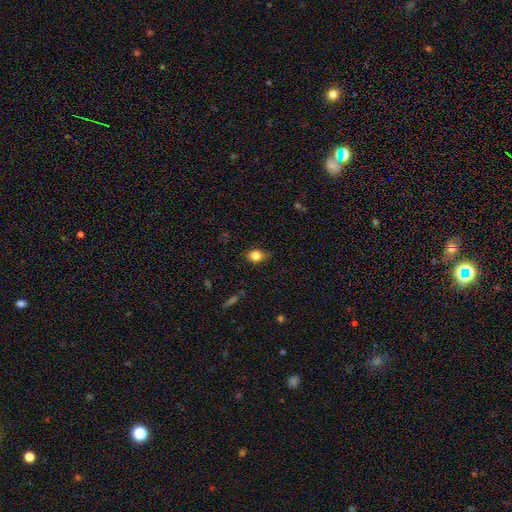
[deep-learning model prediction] Q: Smooth or featured?
A: smooth (80%); runner-up: star or artifact (10%)
Q: How rounded?
A: in between (54%); runner-up: round (43%)
Q: Merging?
A: none (73%); runner-up: minor disturbance (22%)